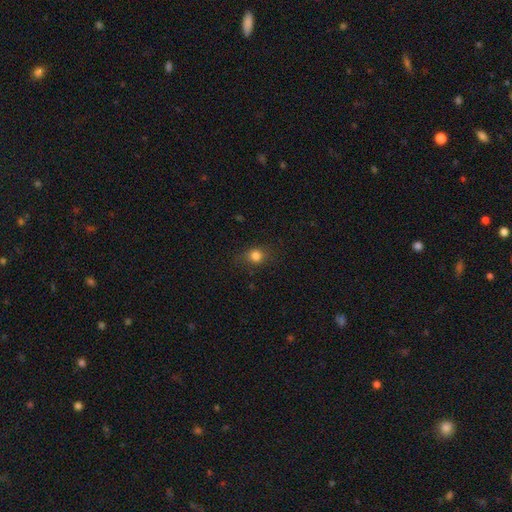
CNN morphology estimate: Q: Smooth or featured?
A: smooth (80%); runner-up: star or artifact (13%)
Q: How rounded?
A: round (68%); runner-up: in between (31%)
Q: Merging?
A: none (76%); runner-up: minor disturbance (17%)